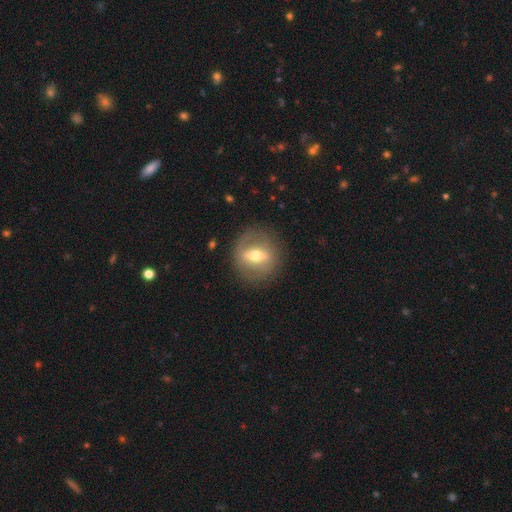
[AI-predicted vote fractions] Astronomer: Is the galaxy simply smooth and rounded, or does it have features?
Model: featured or disk — 67%.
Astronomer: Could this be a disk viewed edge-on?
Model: no — 74%.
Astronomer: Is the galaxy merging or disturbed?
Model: none — 84%.